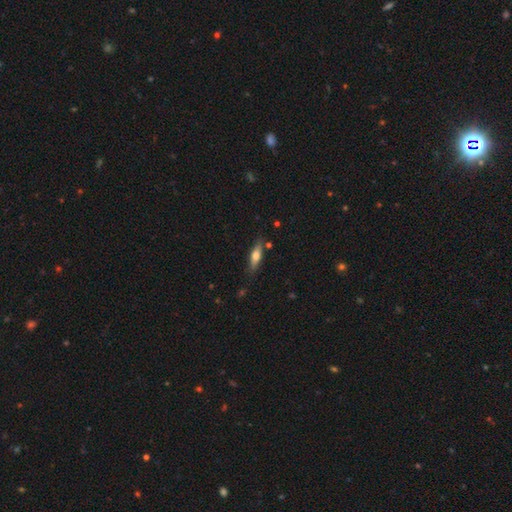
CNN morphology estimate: smooth 55%, featured or disk 38%, star or artifact 6%. Down the decision tree: how rounded — cigar-shaped (57%); merging — none (79%).